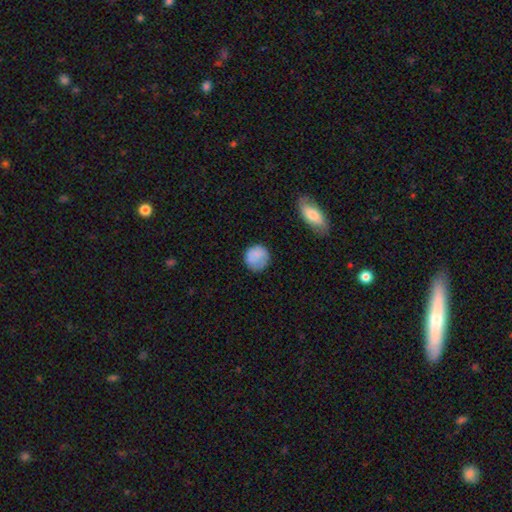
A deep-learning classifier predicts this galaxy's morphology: The model was most divided on "merging": none: 75%, minor disturbance: 18%, major disturbance: 5%, merger: 2%. More confident: how rounded — round (87%); smooth or featured — smooth (82%).